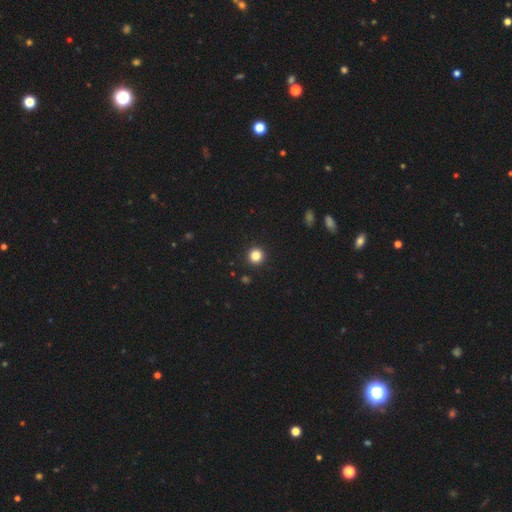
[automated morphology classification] A smooth galaxy with no disk features (84%) that is round (95%). Merging: none (93%).